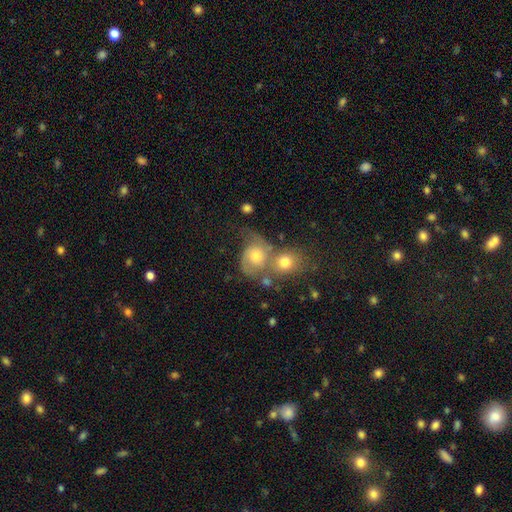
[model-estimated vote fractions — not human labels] featured or disk 57%, smooth 33%, star or artifact 10%. Down the decision tree: edge-on disk — no (97%); bar — no (76%); spiral arms — yes (84%); bulge size — moderate (57%); merging — merger (51%).